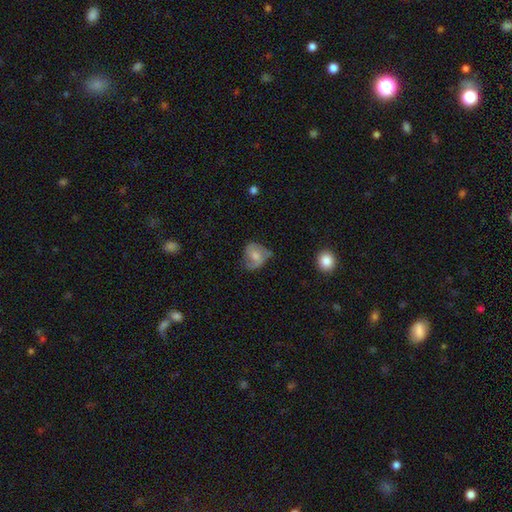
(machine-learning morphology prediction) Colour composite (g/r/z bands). It shows a smooth galaxy with no disk features (51%) that is round (57%). Merging: none (44%).